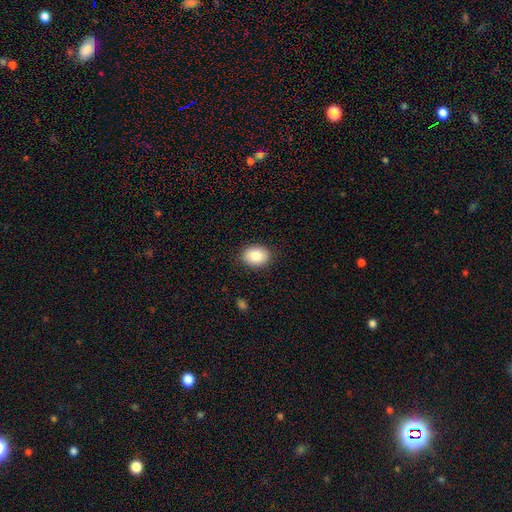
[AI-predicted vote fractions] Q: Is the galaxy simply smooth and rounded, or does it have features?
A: smooth — 87%.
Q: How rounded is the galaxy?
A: in between — 69%.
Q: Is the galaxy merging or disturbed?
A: none — 87%.